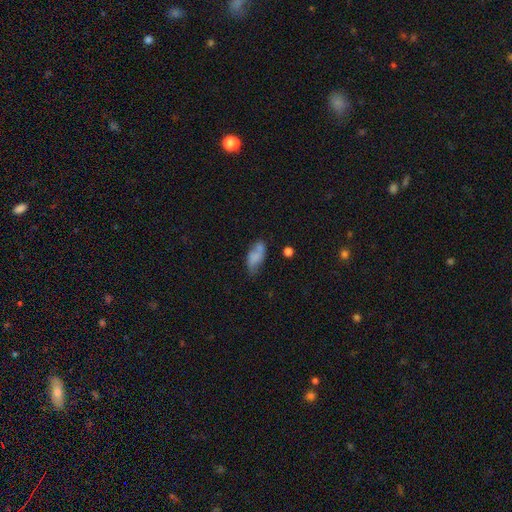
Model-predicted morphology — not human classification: This is likely a smooth galaxy (63%). How rounded: clearly in between (86%). Merging: possibly none (49%).